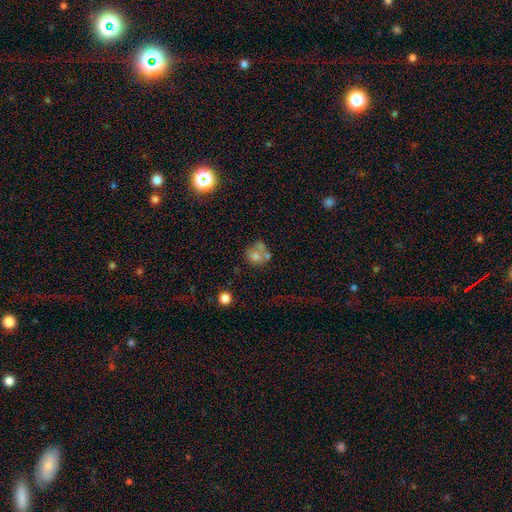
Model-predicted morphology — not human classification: A smooth galaxy with no disk features (64%) that is round (72%). Merging: merger (38%).